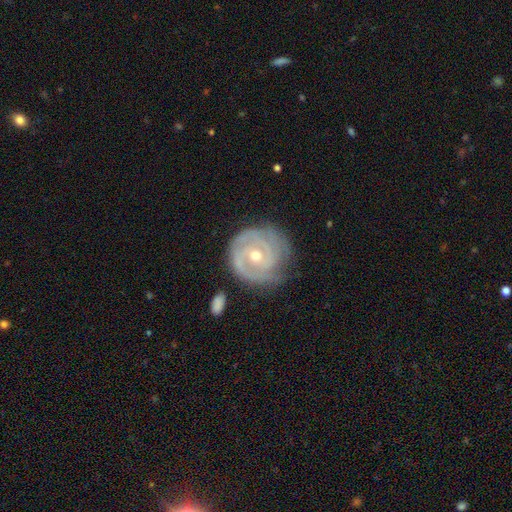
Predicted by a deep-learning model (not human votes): Smooth or featured?
  - featured or disk: 86% *
  - smooth: 9%
  - star or artifact: 5%
Edge-on disk?
  - no: 98% *
  - yes: 2%
Bar?
  - no: 66% *
  - weak: 27%
  - strong: 7%
Spiral arms?
  - yes: 95% *
  - no: 5%
Spiral winding?
  - tight: 76% *
  - medium: 19%
  - loose: 4%
Spiral arm count?
  - 2: 30% *
  - can't tell: 26%
  - 3: 26%
  - 4: 7%
  - 1: 6%
  - more than 4: 5%
Bulge size?
  - moderate: 54% *
  - small: 43%
  - large: 1%
  - none: 1%
  - dominant: 1%
Merging?
  - none: 71% *
  - minor disturbance: 20%
  - major disturbance: 7%
  - merger: 2%